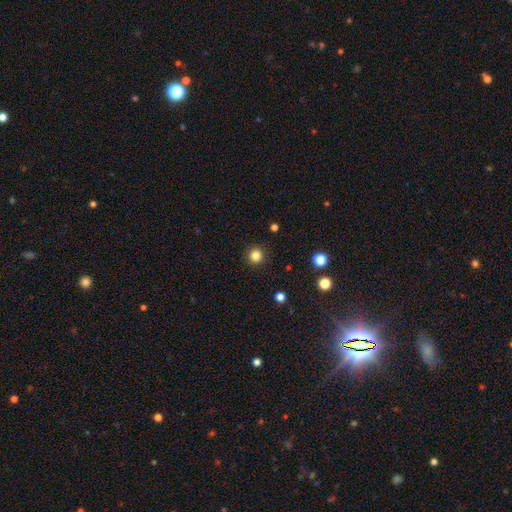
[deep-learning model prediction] Smooth or featured: smooth — 84% (star or artifact — 12%)
How rounded: round — 95% (in between — 4%)
Merging: none — 92% (minor disturbance — 5%)